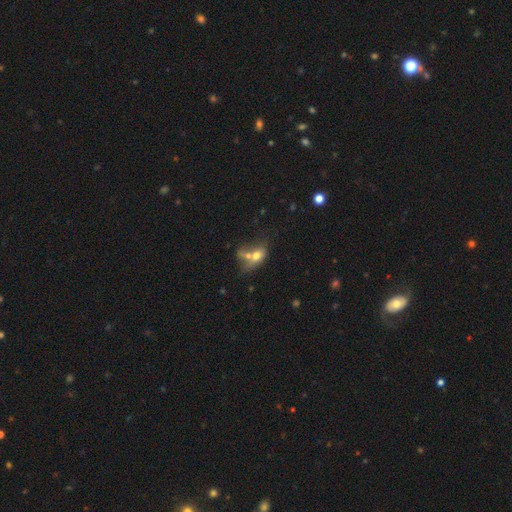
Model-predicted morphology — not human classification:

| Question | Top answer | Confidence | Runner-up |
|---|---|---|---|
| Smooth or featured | smooth | 65% | featured or disk (25%) |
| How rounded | in between | 74% | round (22%) |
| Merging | merger | 61% | none (19%) |